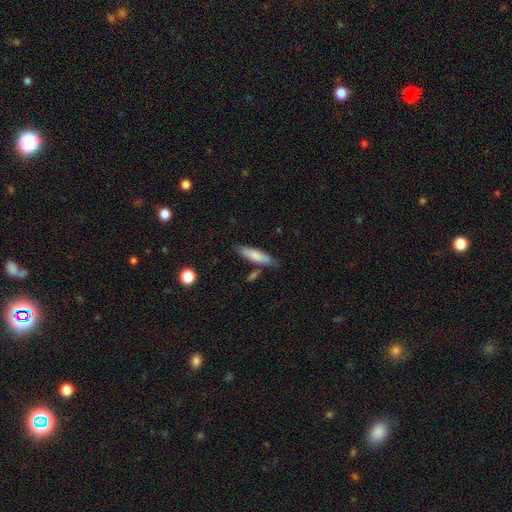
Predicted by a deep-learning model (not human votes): A smooth galaxy with no disk features (77%) that is cigar-shaped (68%).

Vote fractions:
- Smooth or featured? smooth: 77% / featured or disk: 17% / star or artifact: 6%
- How rounded? cigar-shaped: 68% / in between: 30% / round: 2%
- Merging? none: 75% / minor disturbance: 14% / merger: 7% / major disturbance: 3%